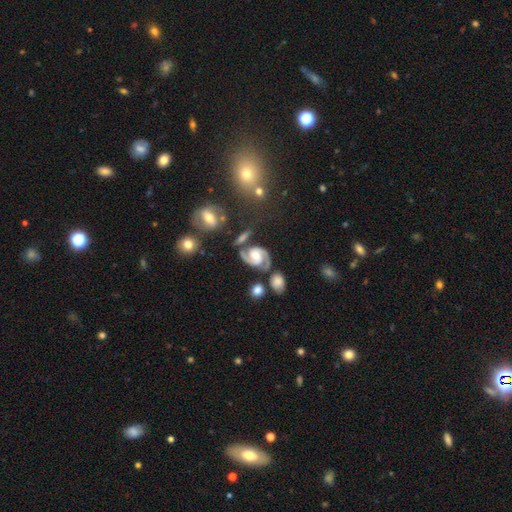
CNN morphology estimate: featured or disk 89%, smooth 6%, star or artifact 5%. Down the decision tree: edge-on disk — no (98%); bar — no (52%); spiral arms — yes (98%); spiral arm count — 2 (93%); spiral winding — medium (52%); bulge size — moderate (62%); merging — none (66%).